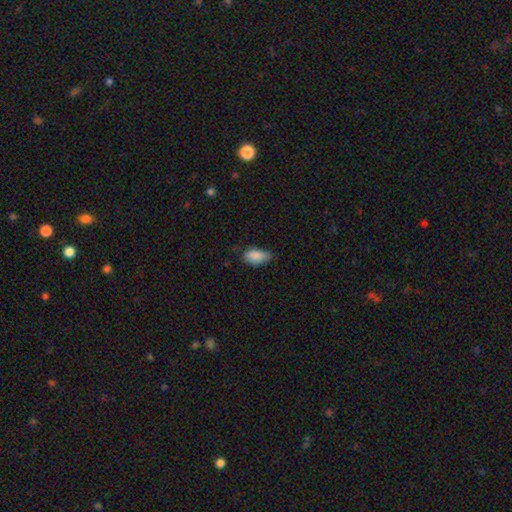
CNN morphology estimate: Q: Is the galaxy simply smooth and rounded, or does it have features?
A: smooth — 86%.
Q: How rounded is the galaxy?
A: in between — 92%.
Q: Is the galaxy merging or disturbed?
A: none — 52%.